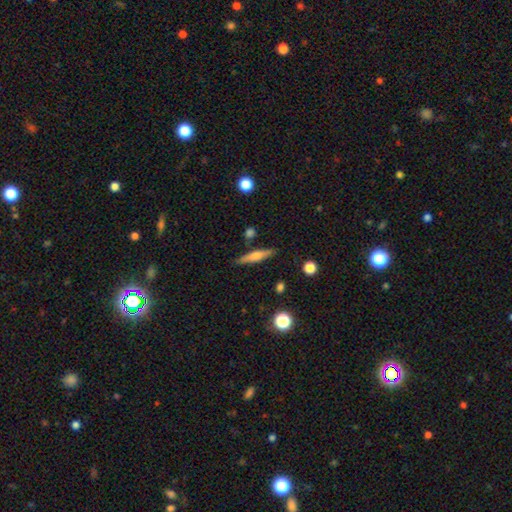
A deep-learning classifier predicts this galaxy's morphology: This is possibly a featured or disk galaxy (49%). Merging: clearly none (87%).